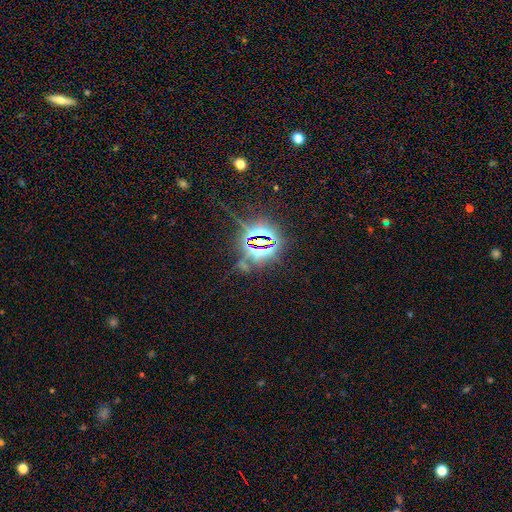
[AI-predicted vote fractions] Smooth or featured? star or artifact (81%)